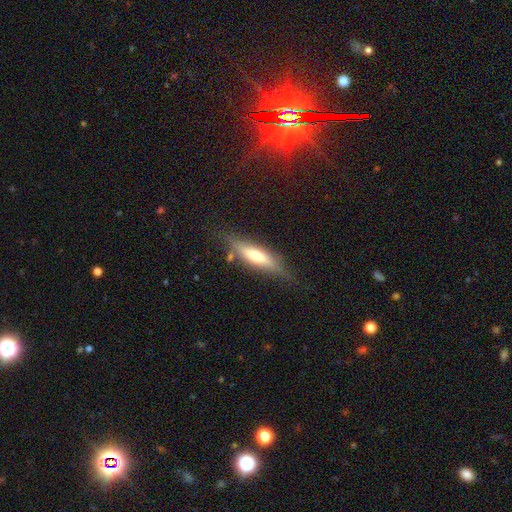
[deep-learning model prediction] Smooth or featured? featured or disk (48%)
Merging? none (75%)